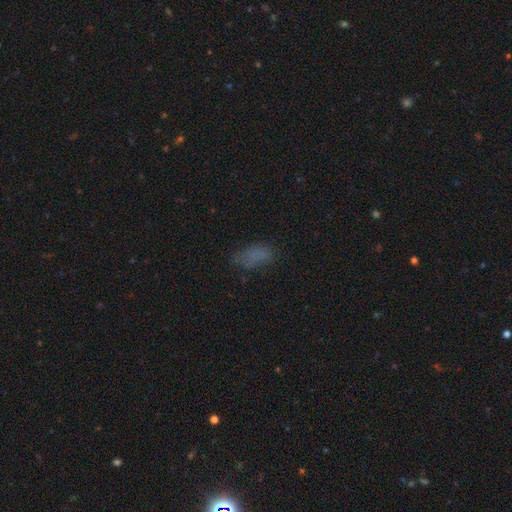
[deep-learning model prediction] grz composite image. It shows a smooth galaxy with no disk features (70%) that is in between round and cigar-shaped (86%). Merging: none (61%).